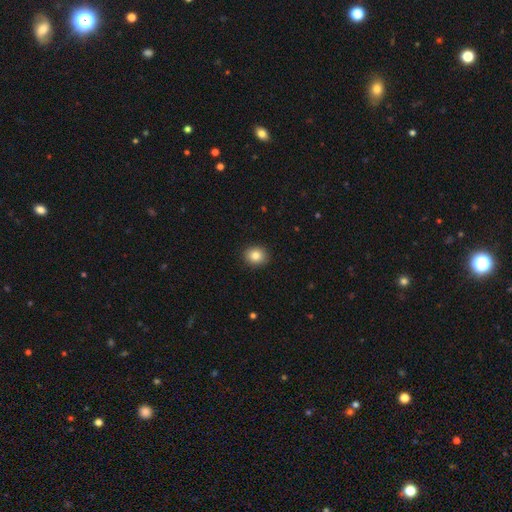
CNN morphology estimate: The model was most divided on "how rounded": round: 72%, in between: 27%, cigar-shaped: 1%. More confident: merging — none (91%); smooth or featured — smooth (85%).